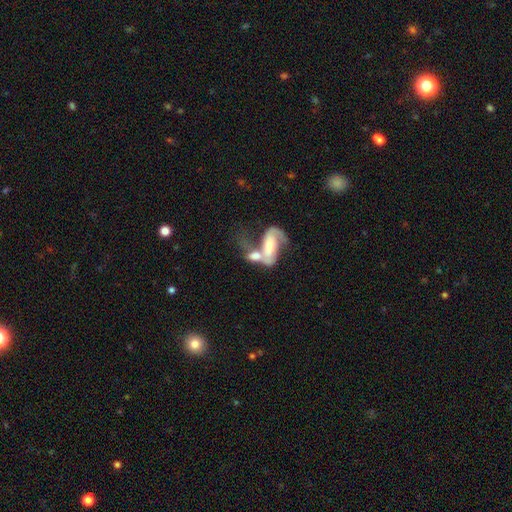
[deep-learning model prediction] The model was most divided on "bar": no: 45%, weak: 34%, strong: 21%. Remaining: edge-on disk — no (92%); spiral arms — yes (78%); merging — merger (68%); smooth or featured — featured or disk (61%); bulge size — moderate (42%).